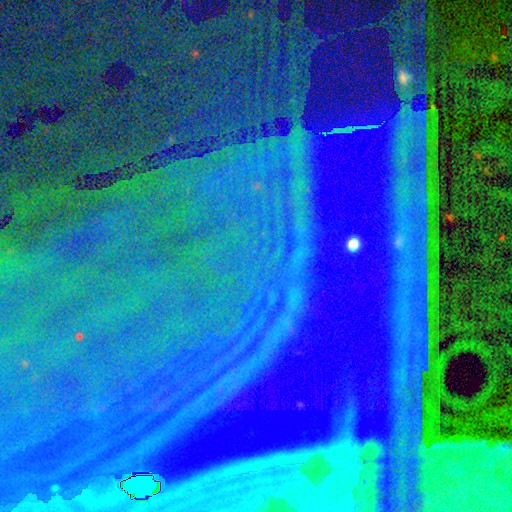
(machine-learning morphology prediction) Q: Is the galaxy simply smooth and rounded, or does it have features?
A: star or artifact — 87%.